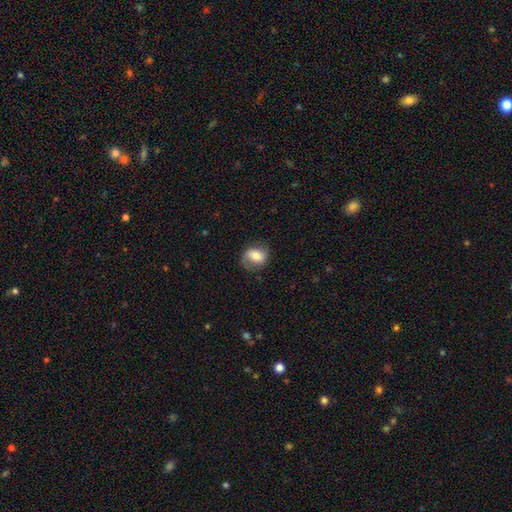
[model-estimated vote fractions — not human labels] This appears to be a smooth galaxy with no disk features (48%). Merging: none (67%).